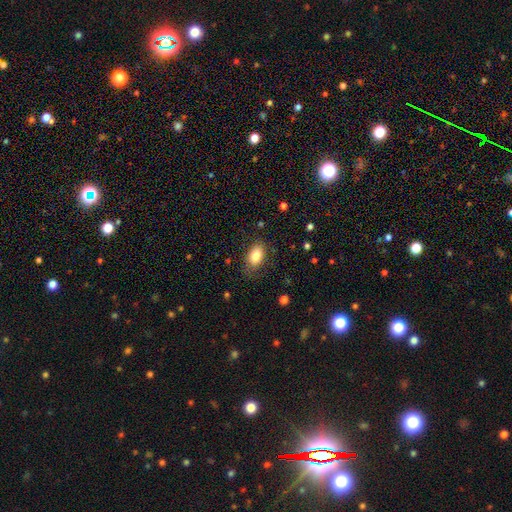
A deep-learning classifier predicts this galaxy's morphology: Smooth or featured: smooth — 81% (featured or disk — 11%)
How rounded: in between — 89% (round — 9%)
Merging: none — 75% (minor disturbance — 19%)